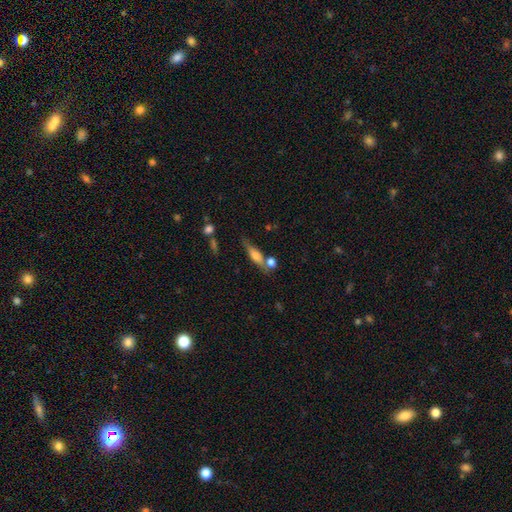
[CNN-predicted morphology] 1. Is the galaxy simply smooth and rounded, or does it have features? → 62% smooth, 29% featured or disk, 9% star or artifact.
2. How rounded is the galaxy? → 56% cigar-shaped, 40% in between, 5% round.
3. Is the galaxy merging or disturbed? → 53% none, 23% merger, 17% minor disturbance, 7% major disturbance.